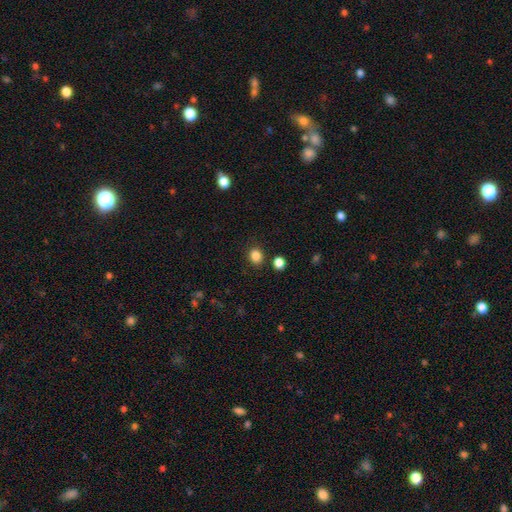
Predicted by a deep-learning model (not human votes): smooth-or-featured: smooth: 85% | star or artifact: 12% | featured or disk: 4%
  how-rounded: round: 73% | in between: 26% | cigar-shaped: 1%
  merging: none: 85% | minor disturbance: 8% | merger: 4% | major disturbance: 3%